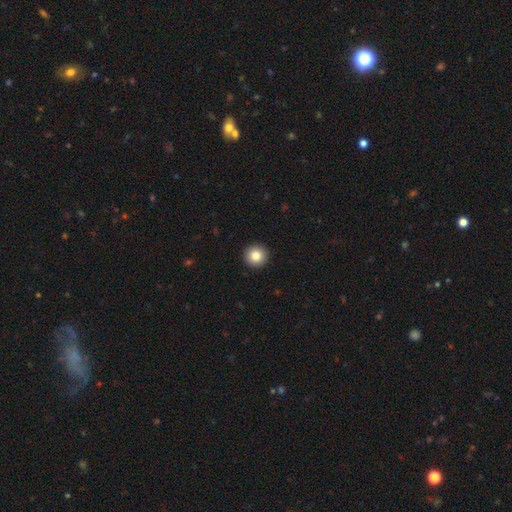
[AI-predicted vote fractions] A smooth galaxy with no disk features (85%) that is round (95%).

Vote fractions:
- Smooth or featured? smooth: 85% / star or artifact: 9% / featured or disk: 6%
- How rounded? round: 95% / in between: 4% / cigar-shaped: 1%
- Merging? none: 94% / minor disturbance: 4% / major disturbance: 1% / merger: 1%